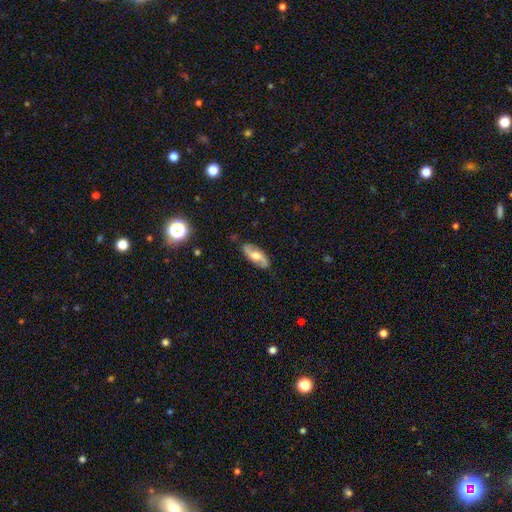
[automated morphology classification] smooth_or_featured: featured or disk (p=0.72) [alt: smooth p=0.22]
disk_edge_on: no (p=0.91) [alt: yes p=0.09]
bar: no (p=0.50) [alt: weak p=0.37]
has_spiral_arms: yes (p=0.92) [alt: no p=0.08]
spiral_winding: loose (p=0.50) [alt: medium p=0.37]
spiral_arm_count: 2 (p=0.92) [alt: can't tell p=0.04]
bulge_size: moderate (p=0.64) [alt: large p=0.16]
merging: none (p=0.84) [alt: minor disturbance p=0.12]